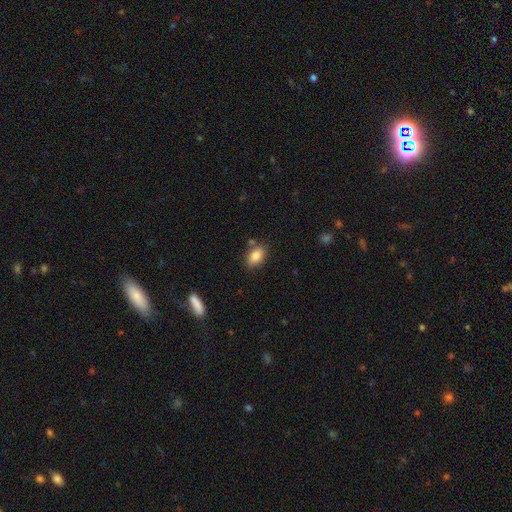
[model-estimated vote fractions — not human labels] A smooth galaxy with no disk features (85%) that is in between round and cigar-shaped (89%).

Vote fractions:
- Smooth or featured? smooth: 85% / star or artifact: 8% / featured or disk: 7%
- How rounded? in between: 89% / round: 8% / cigar-shaped: 3%
- Merging? none: 78% / minor disturbance: 13% / merger: 7% / major disturbance: 3%